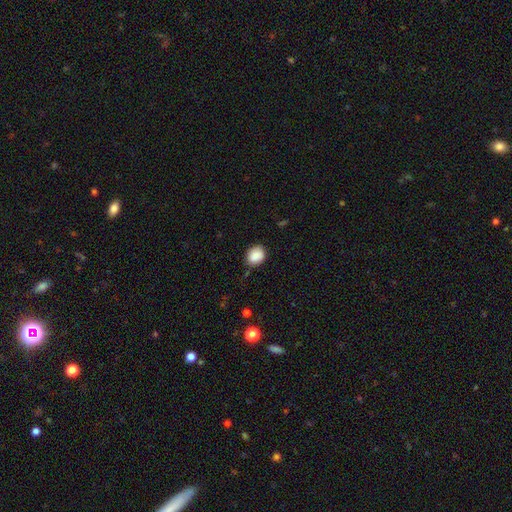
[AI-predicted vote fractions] Smooth or featured: smooth — 88% (star or artifact — 8%)
How rounded: round — 58% (in between — 41%)
Merging: none — 78% (minor disturbance — 17%)